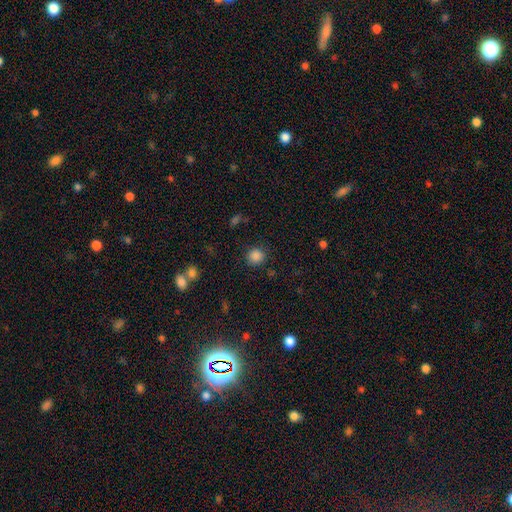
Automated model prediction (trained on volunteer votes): Smooth or featured? Predicted: smooth (p=0.85). How rounded? Predicted: round (p=0.88). Merging? Predicted: none (p=0.86).